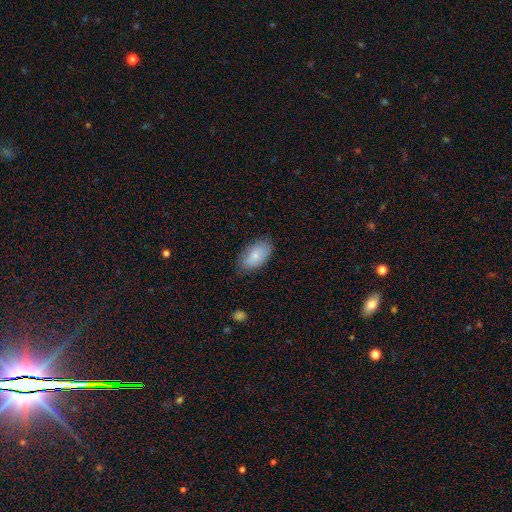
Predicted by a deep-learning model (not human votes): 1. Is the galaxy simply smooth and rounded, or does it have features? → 81% smooth, 13% featured or disk, 6% star or artifact.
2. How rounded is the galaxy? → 94% in between, 4% round, 2% cigar-shaped.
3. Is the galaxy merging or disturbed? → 78% none, 18% minor disturbance, 4% major disturbance, 1% merger.